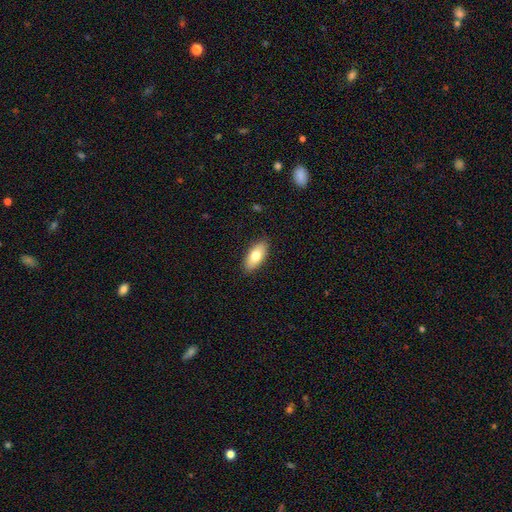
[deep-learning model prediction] Q: Smooth or featured?
A: smooth (76%); runner-up: featured or disk (18%)
Q: How rounded?
A: in between (87%); runner-up: cigar-shaped (10%)
Q: Merging?
A: none (89%); runner-up: minor disturbance (8%)